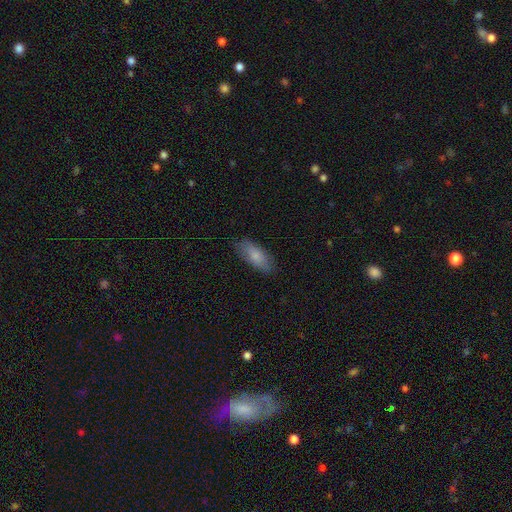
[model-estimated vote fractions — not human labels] This is likely a smooth galaxy (80%). How rounded: likely in between (76%). Merging: clearly none (84%).